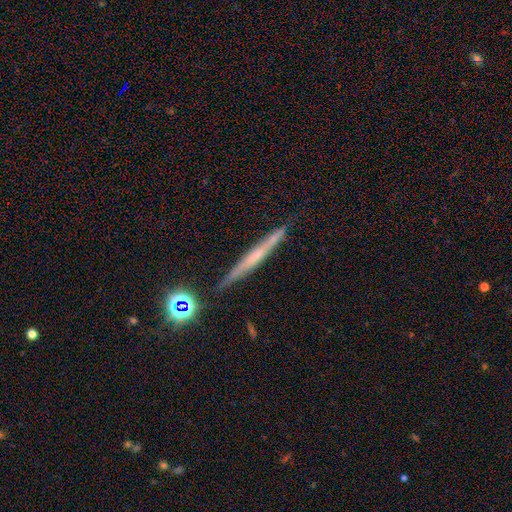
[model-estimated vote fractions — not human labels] Smooth or featured: featured or disk — 53% (smooth — 35%)
Edge-on disk: yes — 95% (no — 5%)
Edge-on bulge: none — 66% (rounded — 24%)
Merging: none — 84% (minor disturbance — 11%)